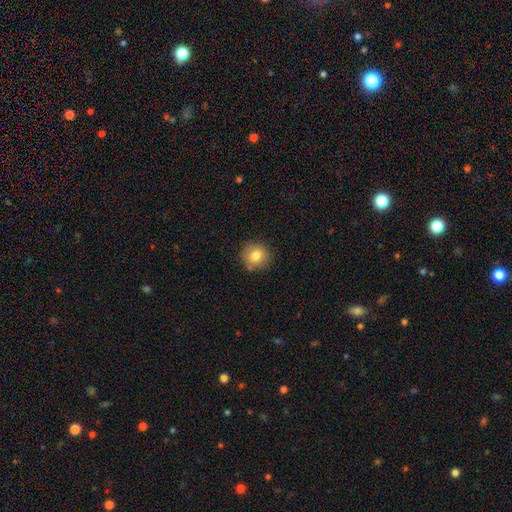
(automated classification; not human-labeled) The model was most divided on "smooth or featured": smooth: 81%, star or artifact: 10%, featured or disk: 9%. More confident: how rounded — round (86%); merging — none (85%).